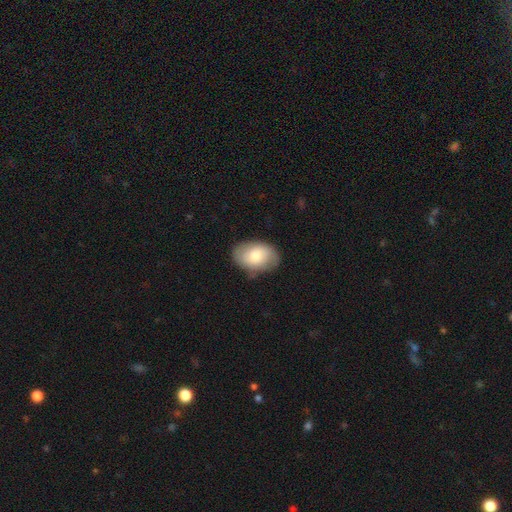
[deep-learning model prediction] Overall: smooth (70%). How rounded: in between (84%). Merging: none (78%).